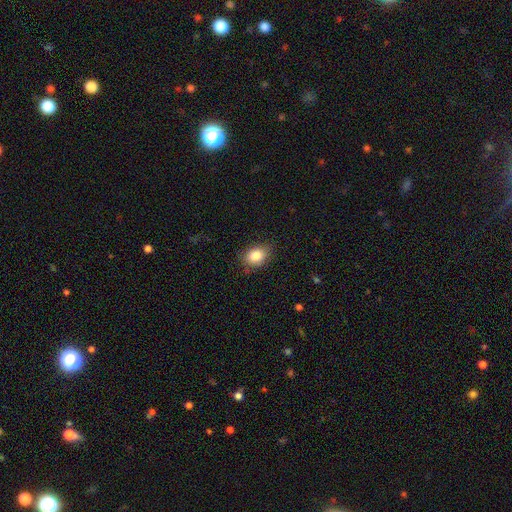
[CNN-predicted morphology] This is clearly a smooth galaxy (84%). How rounded: likely in between (65%). Merging: likely none (80%).